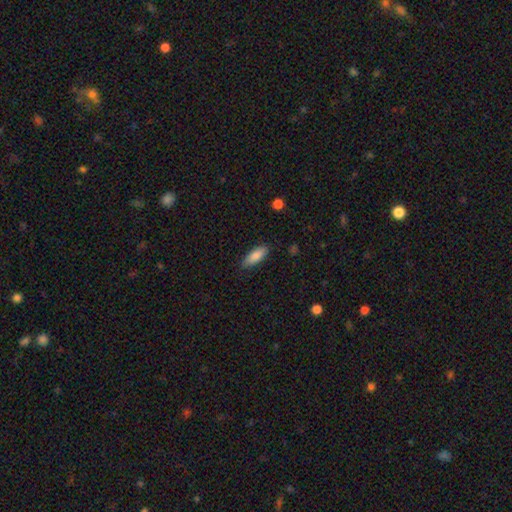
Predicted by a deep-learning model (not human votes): Overall: smooth (83%). How rounded: in between (68%; cigar-shaped 30%). Merging: none (85%).